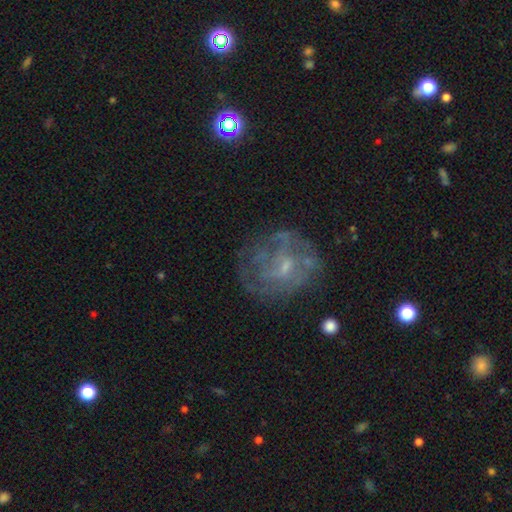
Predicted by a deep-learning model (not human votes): A featured or disk galaxy (63%) with no bar (56%), spiral arms (65%) and a small central bulge (64%). Merging: none (73%).